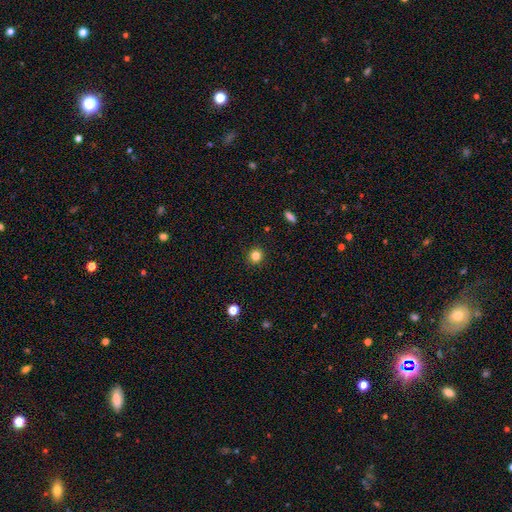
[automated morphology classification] smooth 83%, star or artifact 13%, featured or disk 5%. Down the decision tree: how rounded — round (92%); merging — none (92%).